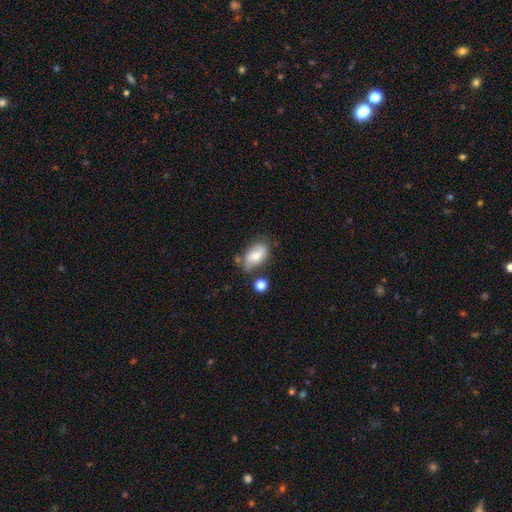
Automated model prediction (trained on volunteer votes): Morphology: type=smooth (59%); roundness=in between (88%); merging=none (55%).